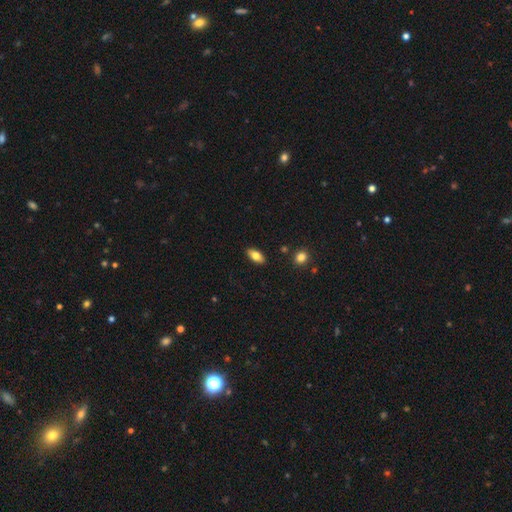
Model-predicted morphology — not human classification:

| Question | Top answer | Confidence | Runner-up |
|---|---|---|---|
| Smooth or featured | smooth | 76% | featured or disk (17%) |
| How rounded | in between | 87% | cigar-shaped (10%) |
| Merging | none | 88% | minor disturbance (8%) |